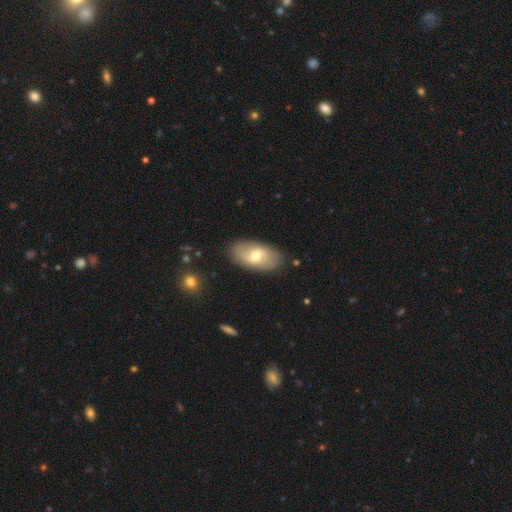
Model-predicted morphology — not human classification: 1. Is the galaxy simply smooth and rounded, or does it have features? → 52% smooth, 42% featured or disk, 6% star or artifact.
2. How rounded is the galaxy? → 93% in between, 4% round, 3% cigar-shaped.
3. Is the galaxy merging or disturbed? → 85% none, 11% minor disturbance, 3% major disturbance, 1% merger.